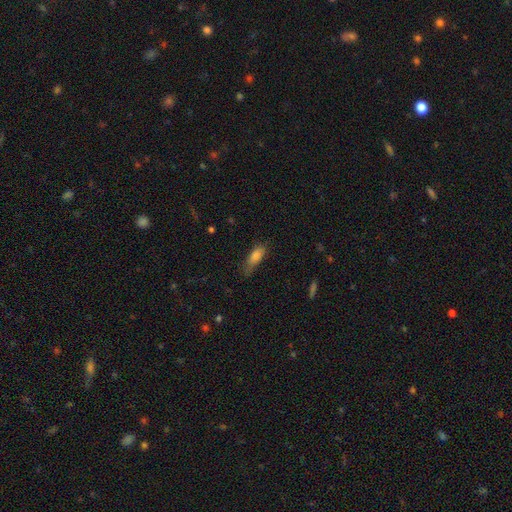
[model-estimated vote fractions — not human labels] Smooth or featured?
  - smooth: 78% *
  - featured or disk: 12%
  - star or artifact: 9%
How rounded?
  - in between: 62% *
  - cigar-shaped: 35%
  - round: 3%
Merging?
  - none: 56% *
  - minor disturbance: 31%
  - major disturbance: 11%
  - merger: 2%